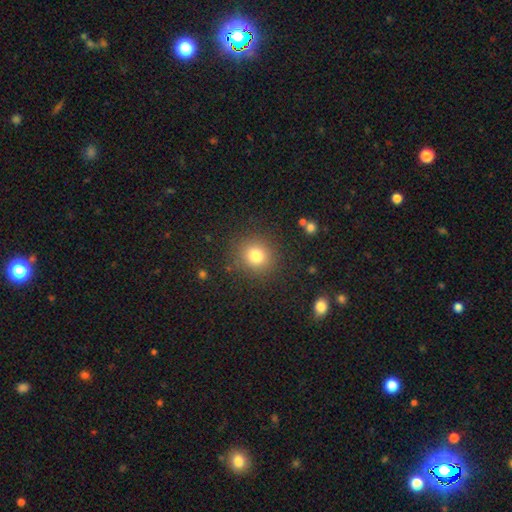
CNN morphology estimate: Overall: smooth (79%). How rounded: round (88%). Merging: none (87%).